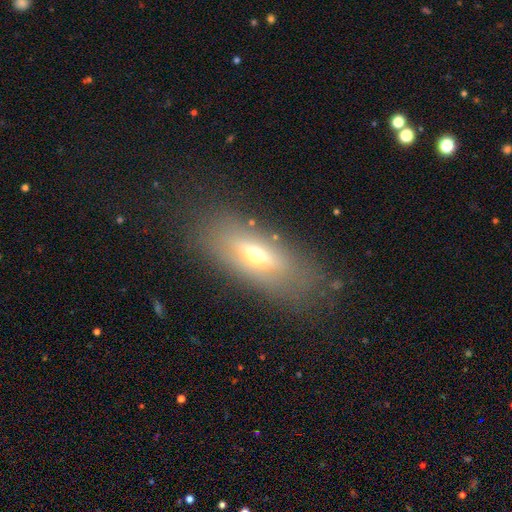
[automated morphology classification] This is possibly a smooth galaxy (53%). How rounded: likely in between (64%). Merging: likely none (79%).